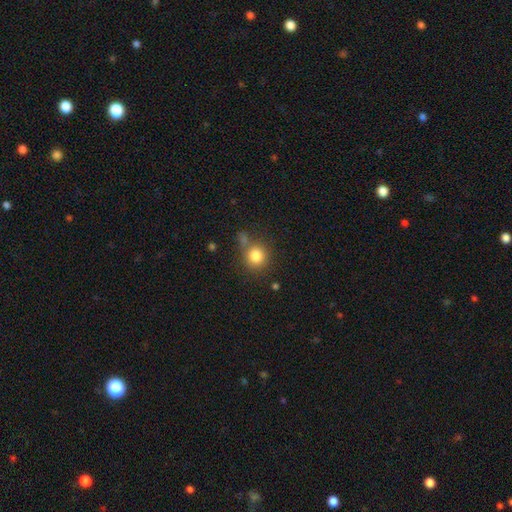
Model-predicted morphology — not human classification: Smooth or featured? Predicted: smooth (p=0.82). How rounded? Predicted: round (p=0.89). Merging? Predicted: none (p=0.67).